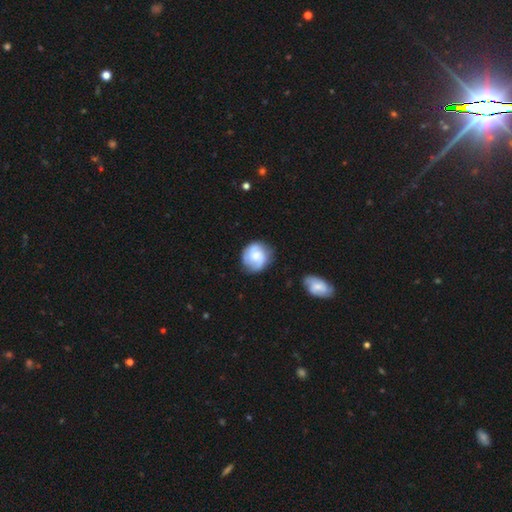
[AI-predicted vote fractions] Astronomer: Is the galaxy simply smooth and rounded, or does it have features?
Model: featured or disk — 61%.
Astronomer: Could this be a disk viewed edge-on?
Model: no — 98%.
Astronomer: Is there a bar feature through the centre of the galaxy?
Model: no — 62%.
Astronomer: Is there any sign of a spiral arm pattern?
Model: yes — 93%.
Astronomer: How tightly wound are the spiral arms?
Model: medium — 42% (runner-up: tight, 41%).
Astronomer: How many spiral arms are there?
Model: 2 — 44% (runner-up: 3, 30%).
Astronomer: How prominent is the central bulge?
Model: moderate — 41% (runner-up: small, 34%).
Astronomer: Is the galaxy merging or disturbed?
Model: none — 76%.